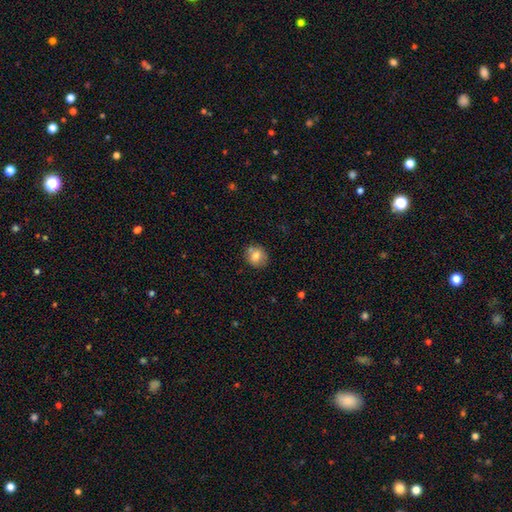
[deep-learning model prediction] Smooth or featured?
  - smooth: 75% *
  - featured or disk: 16%
  - star or artifact: 9%
How rounded?
  - round: 80% *
  - in between: 19%
  - cigar-shaped: 1%
Merging?
  - none: 75% *
  - minor disturbance: 13%
  - merger: 9%
  - major disturbance: 3%